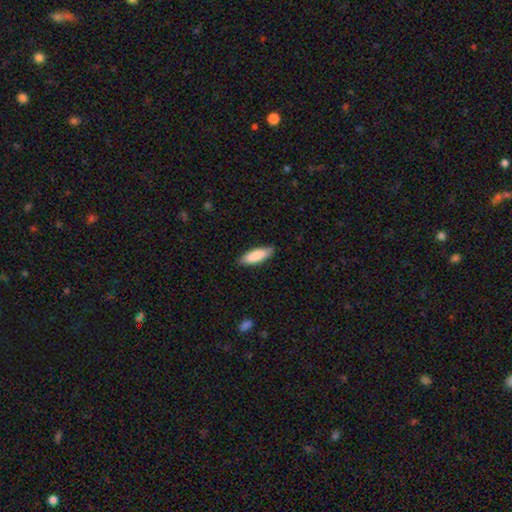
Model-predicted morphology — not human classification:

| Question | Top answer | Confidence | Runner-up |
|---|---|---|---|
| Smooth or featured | smooth | 87% | featured or disk (8%) |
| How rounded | in between | 55% | cigar-shaped (44%) |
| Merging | none | 87% | minor disturbance (10%) |